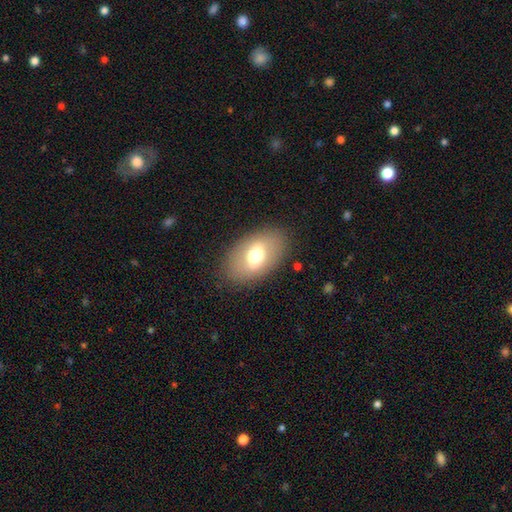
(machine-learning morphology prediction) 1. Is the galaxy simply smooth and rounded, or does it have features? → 65% smooth, 25% featured or disk, 9% star or artifact.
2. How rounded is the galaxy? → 86% in between, 12% round, 1% cigar-shaped.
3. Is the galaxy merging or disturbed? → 83% none, 11% minor disturbance, 5% major disturbance, 1% merger.